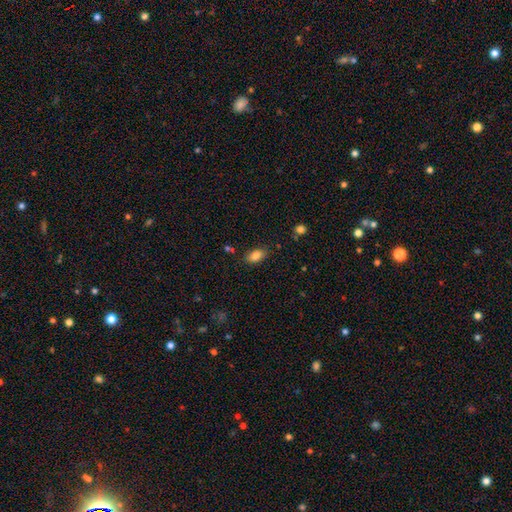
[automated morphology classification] Overall: smooth (85%). How rounded: in between (90%). Merging: none (81%).